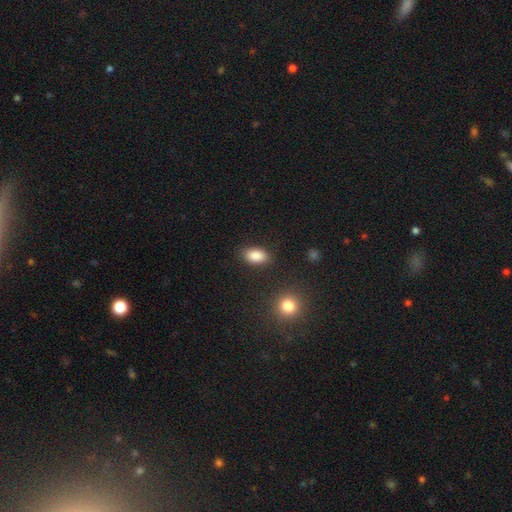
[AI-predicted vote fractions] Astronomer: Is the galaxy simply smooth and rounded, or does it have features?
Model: smooth — 87%.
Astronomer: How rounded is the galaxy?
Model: in between — 90%.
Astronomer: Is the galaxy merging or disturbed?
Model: none — 85%.